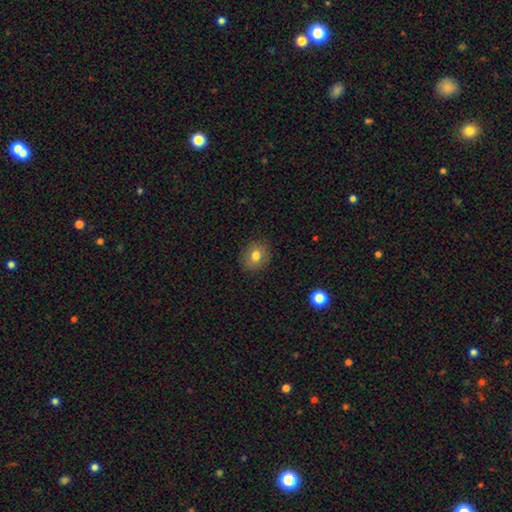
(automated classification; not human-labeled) Smooth or featured? smooth (77%)
How rounded? round (65%)
Merging? none (87%)